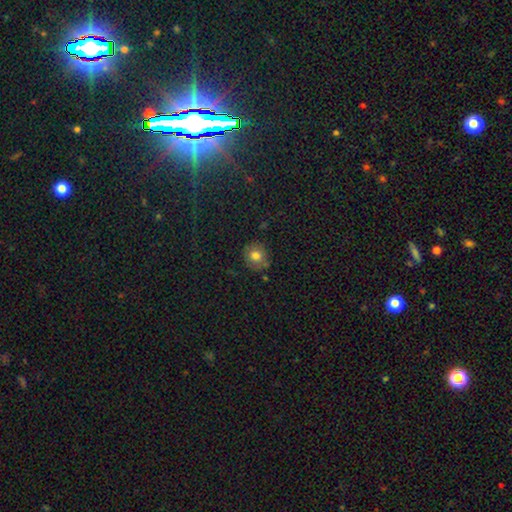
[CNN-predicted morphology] smooth-or-featured: smooth: 77% | star or artifact: 12% | featured or disk: 11%
  how-rounded: round: 84% | in between: 15% | cigar-shaped: 1%
  merging: none: 79% | minor disturbance: 14% | merger: 4% | major disturbance: 3%